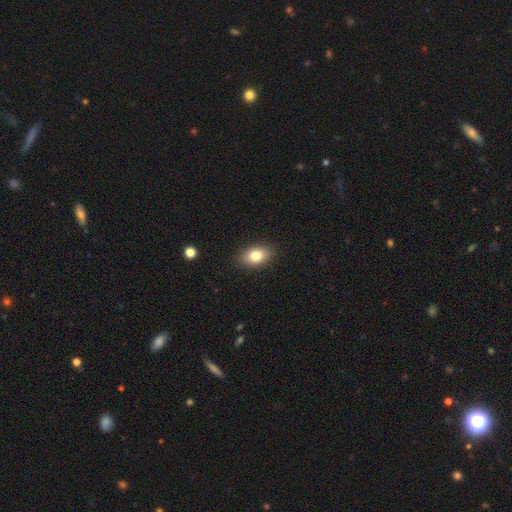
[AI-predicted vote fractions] smooth 79%, featured or disk 12%, star or artifact 9%. Down the decision tree: how rounded — in between (85%); merging — none (87%).